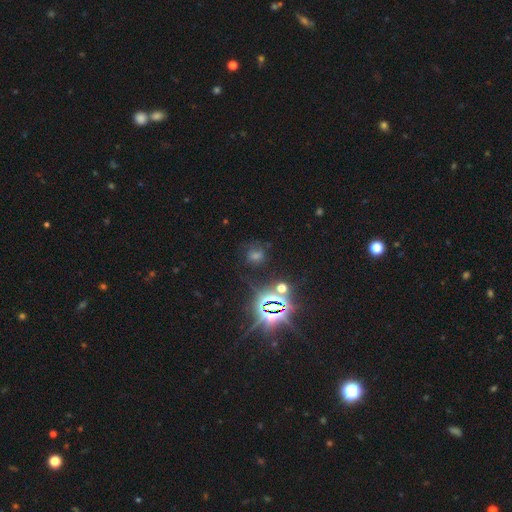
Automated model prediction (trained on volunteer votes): Smooth or featured: star or artifact — 63% (smooth — 25%)